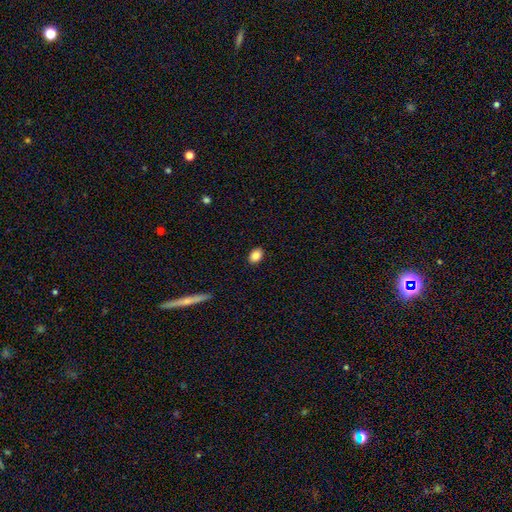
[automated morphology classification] Smooth or featured?
  - smooth: 85% *
  - star or artifact: 8%
  - featured or disk: 7%
How rounded?
  - in between: 77% *
  - round: 22%
  - cigar-shaped: 1%
Merging?
  - none: 89% *
  - minor disturbance: 8%
  - major disturbance: 2%
  - merger: 1%